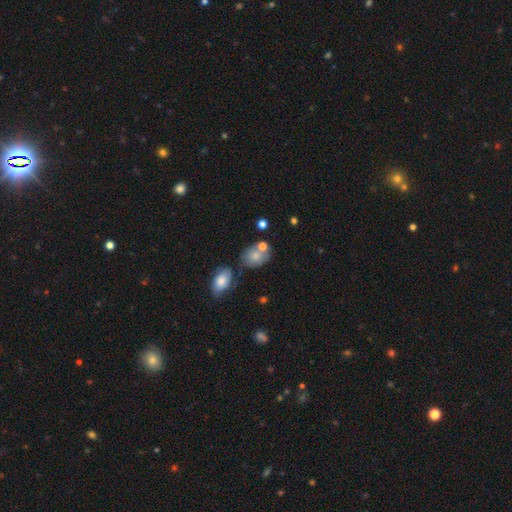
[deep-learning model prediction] This appears to be a smooth galaxy with no disk features (73%) that is in between round and cigar-shaped (64%). Merging: none (50%).